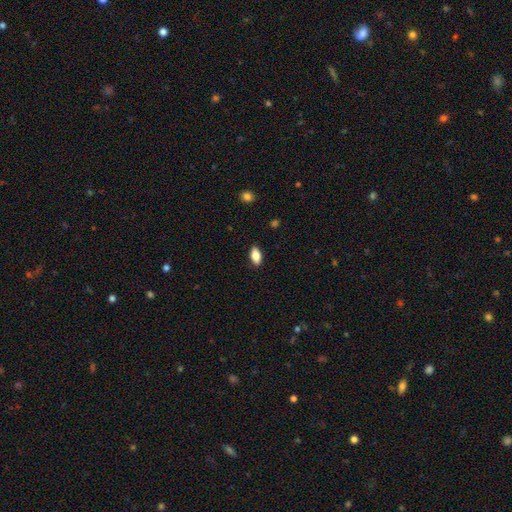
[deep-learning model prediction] Smooth or featured: smooth — 79% (featured or disk — 14%)
How rounded: in between — 87% (cigar-shaped — 10%)
Merging: none — 88% (minor disturbance — 9%)